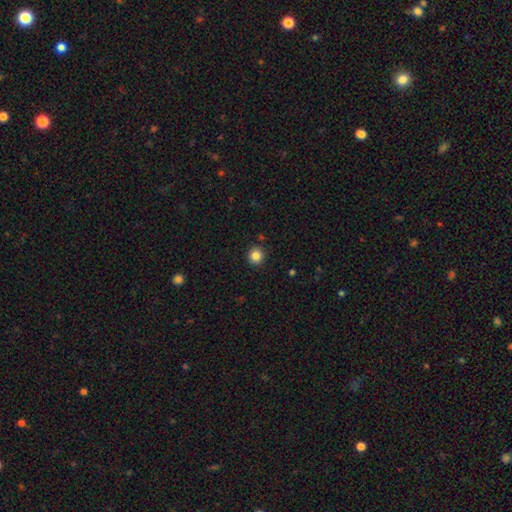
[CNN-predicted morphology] smooth 85%, star or artifact 11%, featured or disk 4%. Down the decision tree: how rounded — round (93%); merging — none (91%).